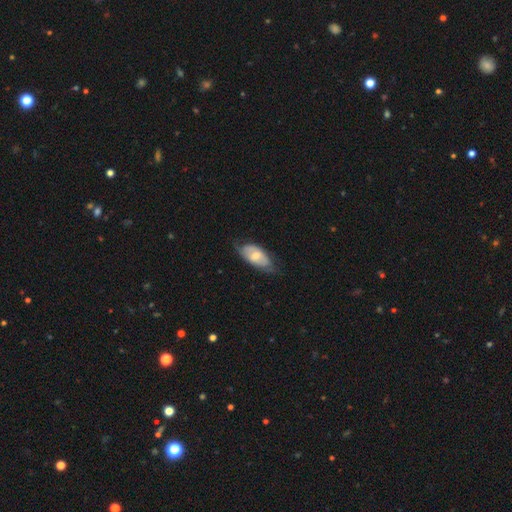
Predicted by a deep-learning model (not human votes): The model was most divided on "smooth or featured": smooth: 52%, featured or disk: 42%, star or artifact: 6%. More confident: how rounded — in between (90%); merging — none (58%).